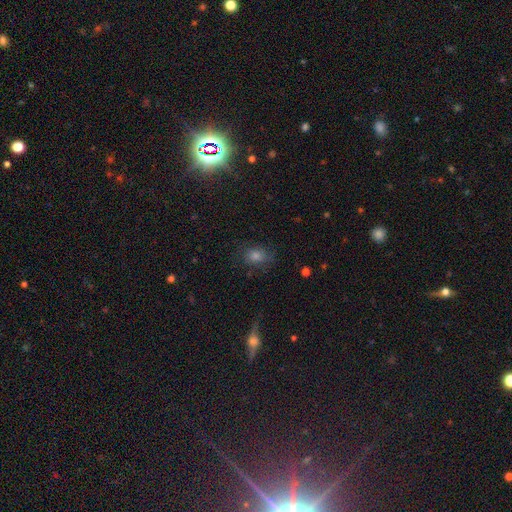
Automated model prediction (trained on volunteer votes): A smooth galaxy with no disk features (55%) that is in between round and cigar-shaped (54%). Merging: none (75%).